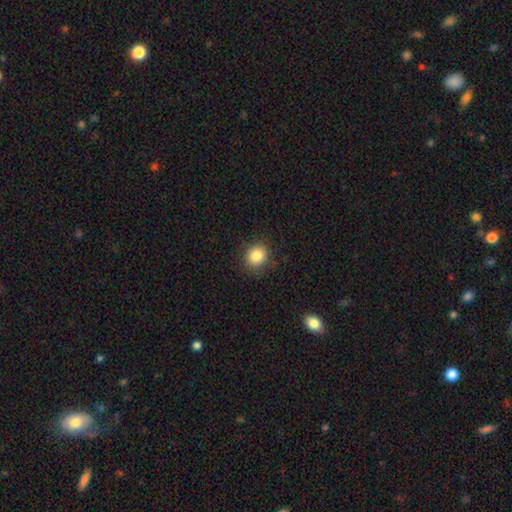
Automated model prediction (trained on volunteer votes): Smooth or featured? smooth (85%)
How rounded? round (81%)
Merging? none (86%)